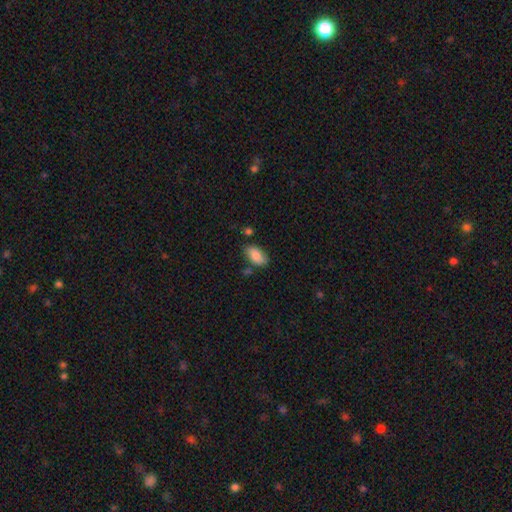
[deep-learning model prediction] Morphology: type=smooth (81%); roundness=in between (93%); merging=none (72%).